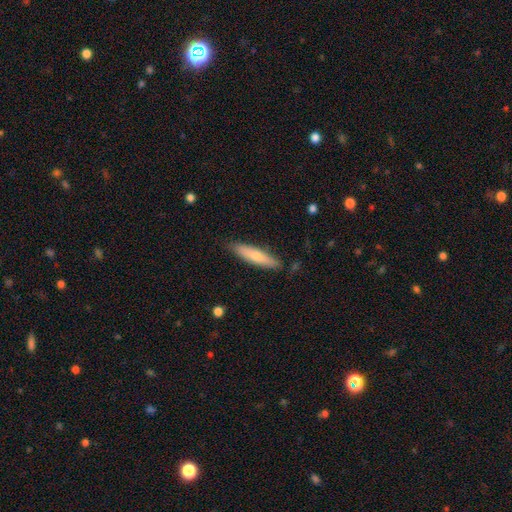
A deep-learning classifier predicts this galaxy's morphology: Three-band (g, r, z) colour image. It shows a smooth galaxy with no disk features (68%) that is cigar-shaped (80%). Merging: none (85%).